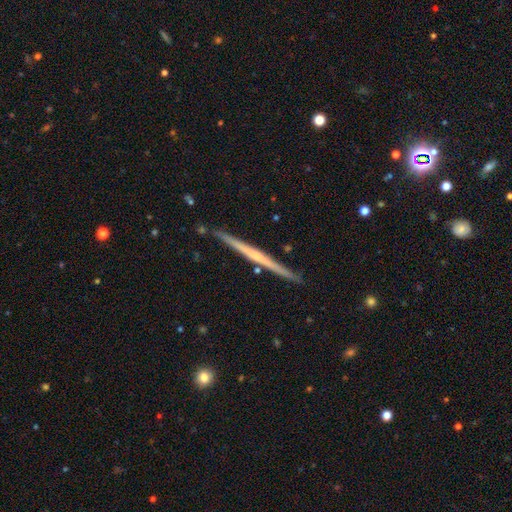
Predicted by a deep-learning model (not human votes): The model was most divided on "edge-on bulge": none: 60%, rounded: 34%, boxy: 6%. More confident: edge-on disk — yes (98%); merging — none (90%); smooth or featured — featured or disk (72%).